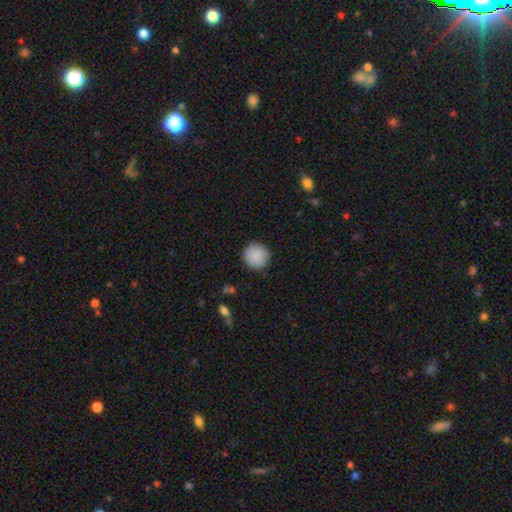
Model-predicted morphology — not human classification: A smooth galaxy with no disk features (88%) that is round (94%). Merging: none (89%).